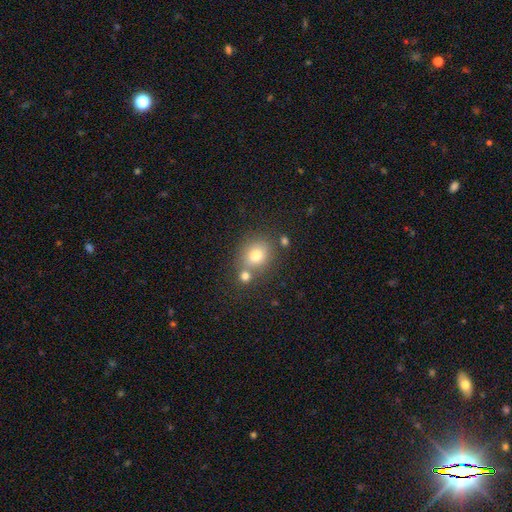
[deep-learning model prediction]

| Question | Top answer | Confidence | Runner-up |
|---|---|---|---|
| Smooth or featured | smooth | 75% | star or artifact (13%) |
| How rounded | round | 73% | in between (26%) |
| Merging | none | 58% | merger (27%) |